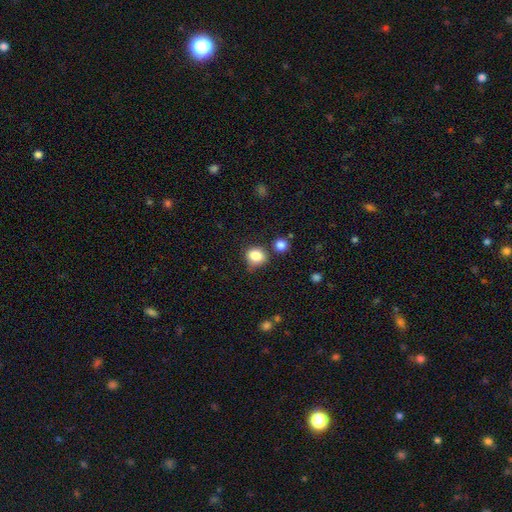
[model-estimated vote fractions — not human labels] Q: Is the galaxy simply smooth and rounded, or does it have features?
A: smooth — 83%.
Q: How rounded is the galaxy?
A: round — 72%.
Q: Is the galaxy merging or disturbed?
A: none — 69%.